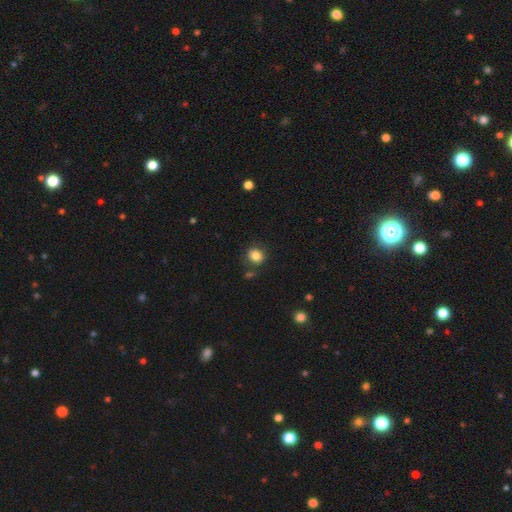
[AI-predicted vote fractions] Smooth or featured? smooth (85%)
How rounded? round (69%)
Merging? none (80%)